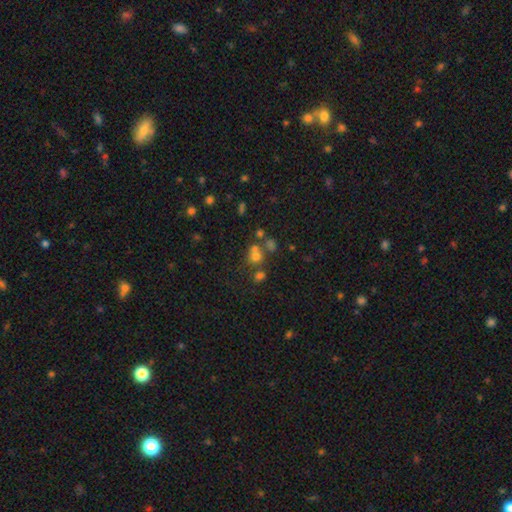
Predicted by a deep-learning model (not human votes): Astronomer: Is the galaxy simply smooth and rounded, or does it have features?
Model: smooth — 59%.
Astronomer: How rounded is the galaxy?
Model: round — 78%.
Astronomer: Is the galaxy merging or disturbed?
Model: none — 49% (runner-up: merger, 37%).